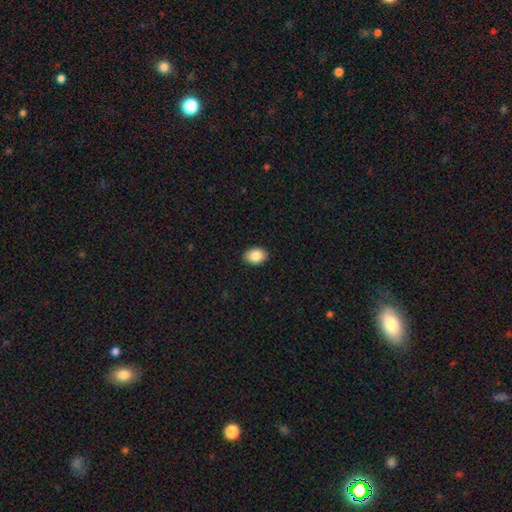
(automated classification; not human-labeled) The model was most divided on "how rounded": in between: 74%, round: 25%, cigar-shaped: 1%. More confident: merging — none (90%); smooth or featured — smooth (87%).